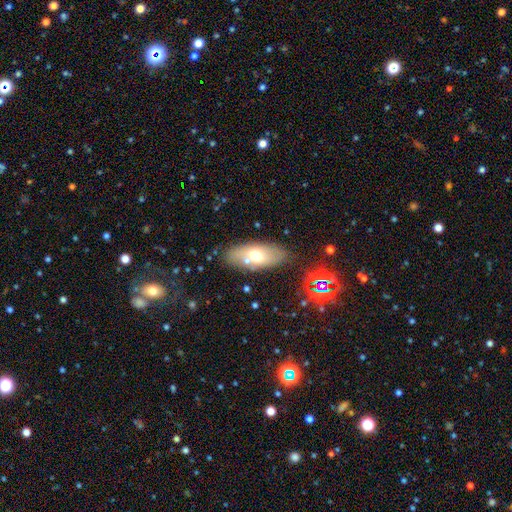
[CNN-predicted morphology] Smooth or featured? Predicted: smooth (p=0.61). How rounded? Predicted: in between (p=0.86). Merging? Predicted: none (p=0.78).